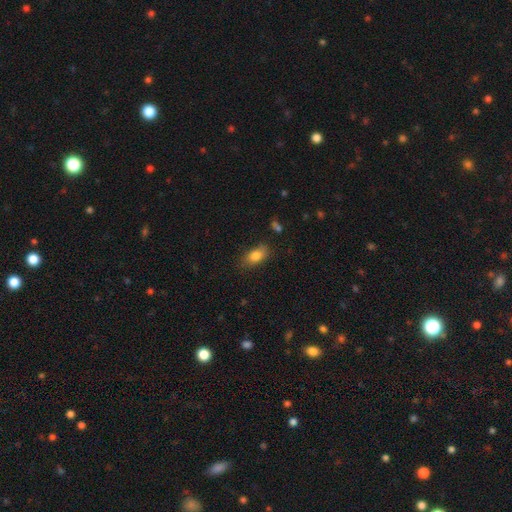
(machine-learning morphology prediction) smooth_or_featured: smooth (p=0.83) [alt: featured or disk p=0.09]
how_rounded: in between (p=0.86) [alt: round p=0.08]
merging: none (p=0.77) [alt: minor disturbance p=0.17]